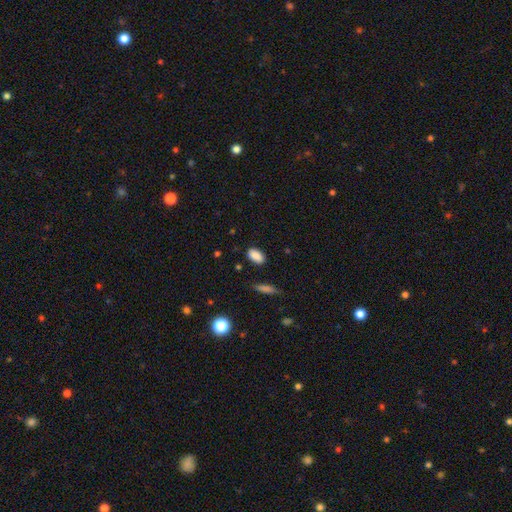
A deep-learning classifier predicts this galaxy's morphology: smooth-or-featured: smooth: 87% | star or artifact: 8% | featured or disk: 5%
  how-rounded: in between: 90% | round: 6% | cigar-shaped: 4%
  merging: none: 84% | minor disturbance: 11% | major disturbance: 3% | merger: 2%